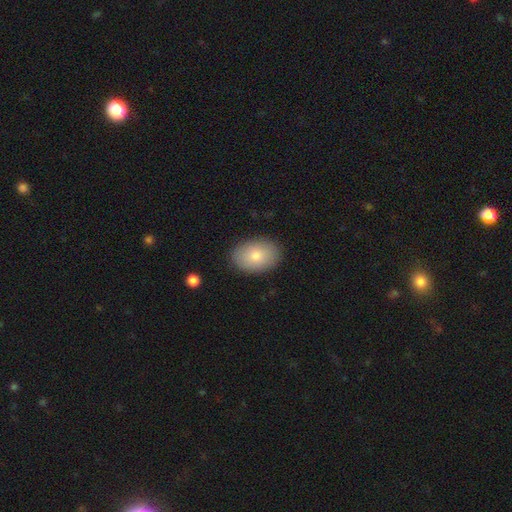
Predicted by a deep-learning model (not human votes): Smooth or featured? Predicted: smooth (p=0.80). How rounded? Predicted: in between (p=0.83). Merging? Predicted: none (p=0.88).